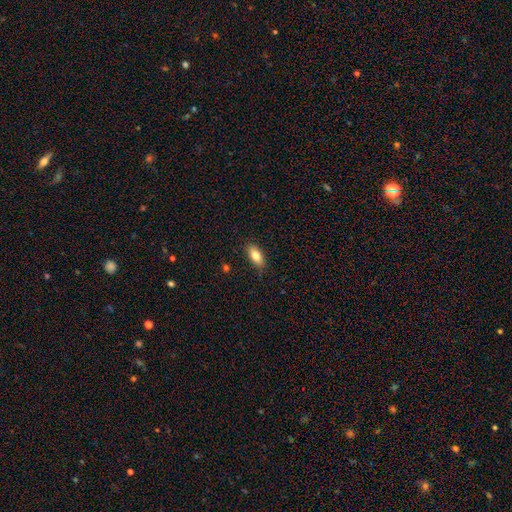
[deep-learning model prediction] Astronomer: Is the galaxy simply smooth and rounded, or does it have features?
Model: smooth — 80%.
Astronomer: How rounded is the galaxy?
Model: in between — 86%.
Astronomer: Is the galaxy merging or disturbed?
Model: none — 84%.